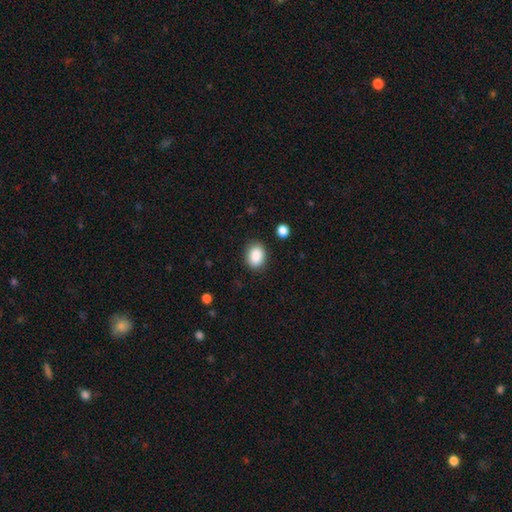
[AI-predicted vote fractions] Q: Smooth or featured?
A: smooth (89%); runner-up: star or artifact (8%)
Q: How rounded?
A: in between (66%); runner-up: round (33%)
Q: Merging?
A: none (86%); runner-up: minor disturbance (9%)